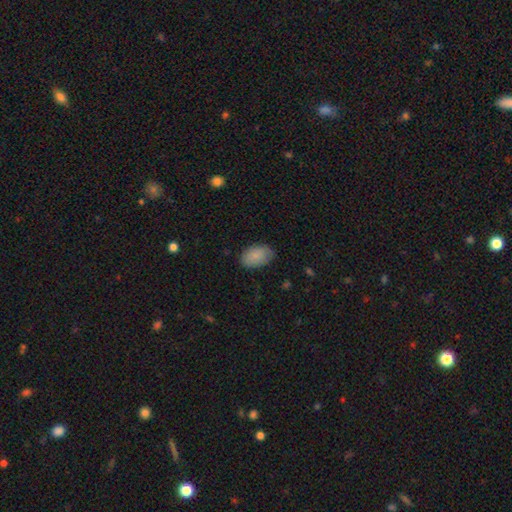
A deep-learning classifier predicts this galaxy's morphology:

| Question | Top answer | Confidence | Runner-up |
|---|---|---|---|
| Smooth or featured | smooth | 86% | featured or disk (8%) |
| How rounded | in between | 92% | round (7%) |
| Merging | none | 77% | minor disturbance (19%) |